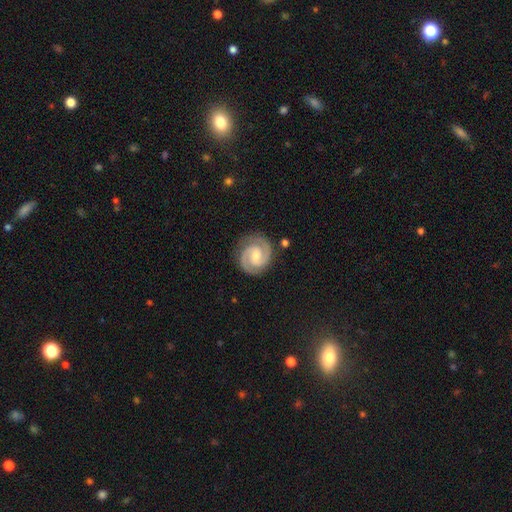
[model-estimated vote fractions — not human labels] Smooth or featured?
  - featured or disk: 90% *
  - smooth: 5%
  - star or artifact: 5%
Edge-on disk?
  - no: 98% *
  - yes: 2%
Bar?
  - weak: 48% *
  - no: 34%
  - strong: 18%
Spiral arms?
  - yes: 98% *
  - no: 2%
Spiral winding?
  - tight: 57% *
  - medium: 39%
  - loose: 4%
Spiral arm count?
  - 2: 93% *
  - 3: 3%
  - can't tell: 2%
  - 1: 1%
  - 4: 1%
  - more than 4: 1%
Bulge size?
  - moderate: 49% *
  - small: 45%
  - none: 3%
  - large: 2%
  - dominant: 1%
Merging?
  - none: 86% *
  - minor disturbance: 10%
  - major disturbance: 2%
  - merger: 1%